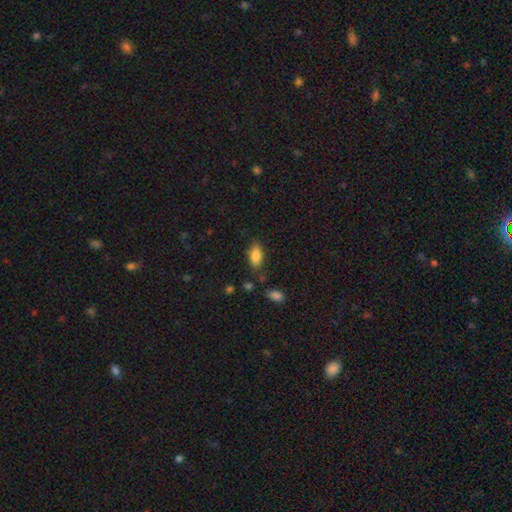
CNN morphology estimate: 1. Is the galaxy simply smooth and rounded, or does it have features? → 82% smooth, 10% featured or disk, 8% star or artifact.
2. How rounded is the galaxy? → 88% in between, 8% cigar-shaped, 4% round.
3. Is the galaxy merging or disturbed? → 76% none, 16% minor disturbance, 4% major disturbance, 4% merger.